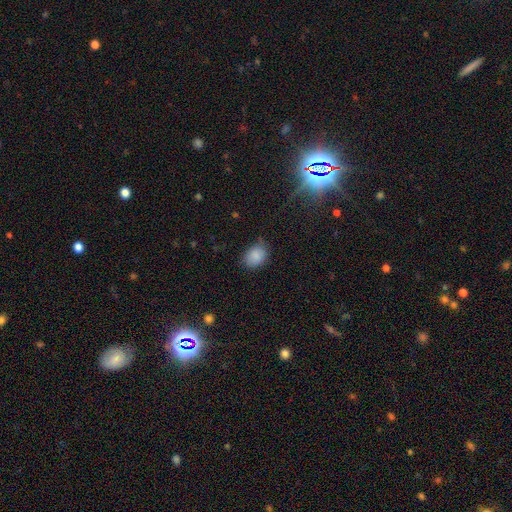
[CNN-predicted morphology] A smooth galaxy with no disk features (87%) that is in between round and cigar-shaped (66%).

Vote fractions:
- Smooth or featured? smooth: 87% / star or artifact: 8% / featured or disk: 5%
- How rounded? in between: 66% / round: 33% / cigar-shaped: 1%
- Merging? none: 72% / minor disturbance: 22% / major disturbance: 4% / merger: 2%